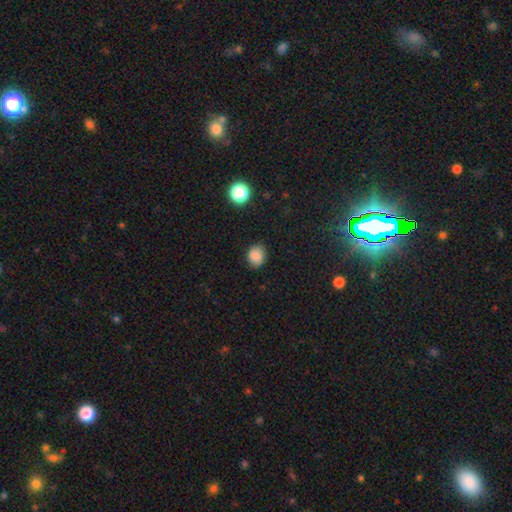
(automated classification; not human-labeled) Overall: smooth (84%). How rounded: round (60%; in between 39%). Merging: none (81%).